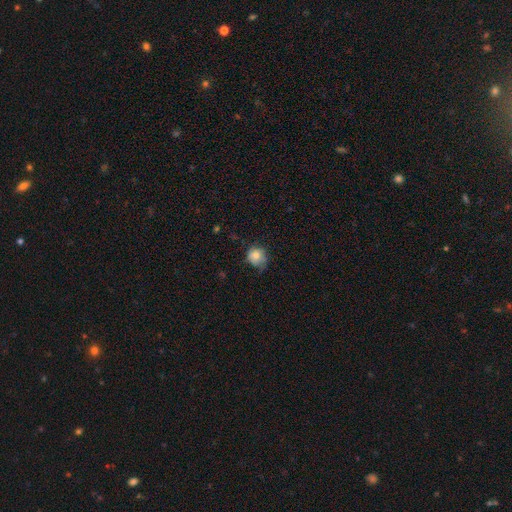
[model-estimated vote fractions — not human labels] Q: Smooth or featured?
A: smooth (76%); runner-up: featured or disk (15%)
Q: How rounded?
A: round (73%); runner-up: in between (26%)
Q: Merging?
A: none (45%); runner-up: minor disturbance (37%)